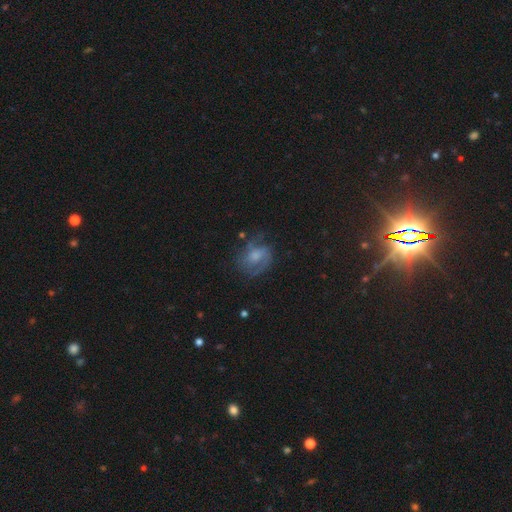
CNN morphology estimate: The model was most divided on "bulge size": moderate: 38%, small: 31%, none: 17%, large: 12%, dominant: 2%. Remaining: edge-on disk — no (97%); spiral arms — yes (85%); smooth or featured — featured or disk (65%); spiral arm count — 2 (63%); merging — none (58%); bar — no (54%); spiral winding — medium (48%).